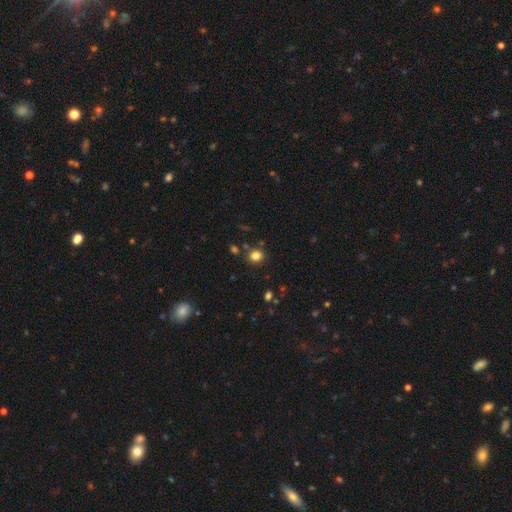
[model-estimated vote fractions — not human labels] Smooth or featured?
  - smooth: 82% *
  - star or artifact: 13%
  - featured or disk: 5%
How rounded?
  - round: 72% *
  - in between: 27%
  - cigar-shaped: 1%
Merging?
  - none: 83% *
  - minor disturbance: 9%
  - merger: 5%
  - major disturbance: 3%